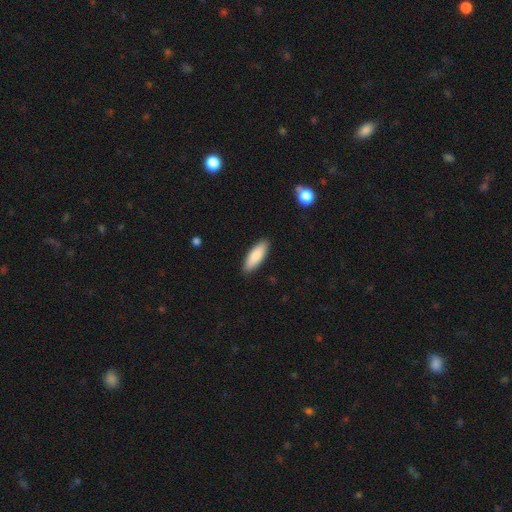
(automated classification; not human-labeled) This is clearly a smooth galaxy (86%). How rounded: possibly in between (60%). Merging: clearly none (89%).